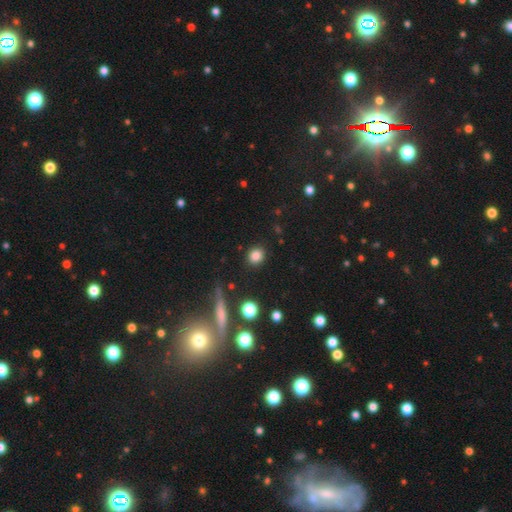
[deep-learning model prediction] Smooth or featured?
  - smooth: 84% *
  - star or artifact: 11%
  - featured or disk: 5%
How rounded?
  - round: 75% *
  - in between: 23%
  - cigar-shaped: 2%
Merging?
  - none: 89% *
  - minor disturbance: 7%
  - major disturbance: 2%
  - merger: 2%